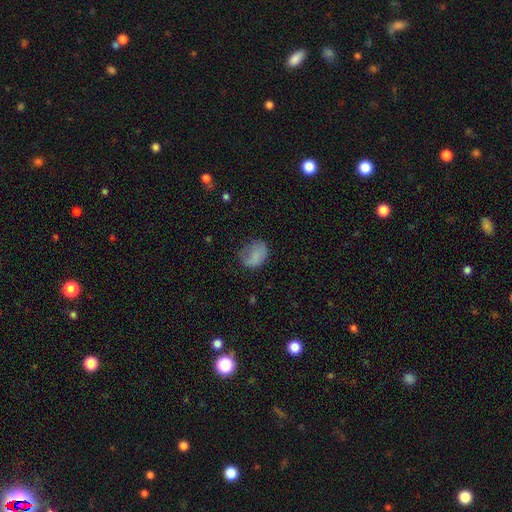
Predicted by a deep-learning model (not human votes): Morphology: type=smooth (75%); roundness=in between (65%); merging=none (46%).